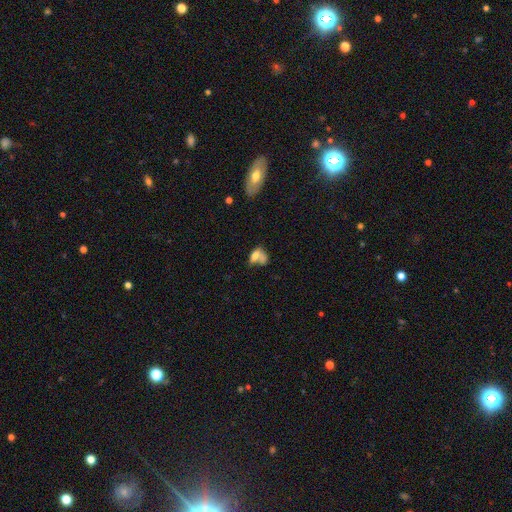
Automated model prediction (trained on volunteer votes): Smooth or featured? Predicted: smooth (p=0.65). How rounded? Predicted: in between (p=0.79). Merging? Predicted: merger (p=0.42).